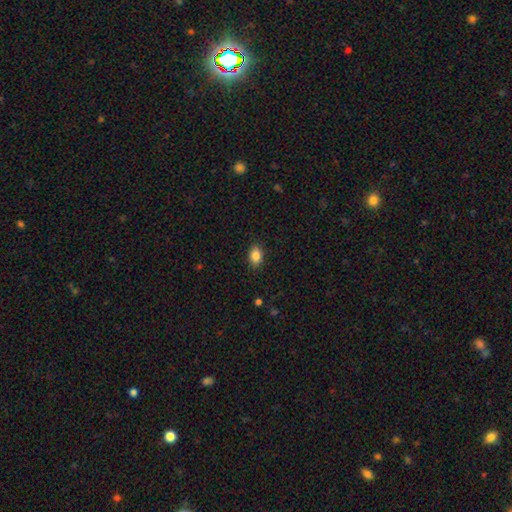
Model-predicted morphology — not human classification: smooth-or-featured: smooth: 86% | star or artifact: 9% | featured or disk: 5%
  how-rounded: in between: 83% | round: 16% | cigar-shaped: 2%
  merging: none: 88% | minor disturbance: 9% | major disturbance: 2% | merger: 1%